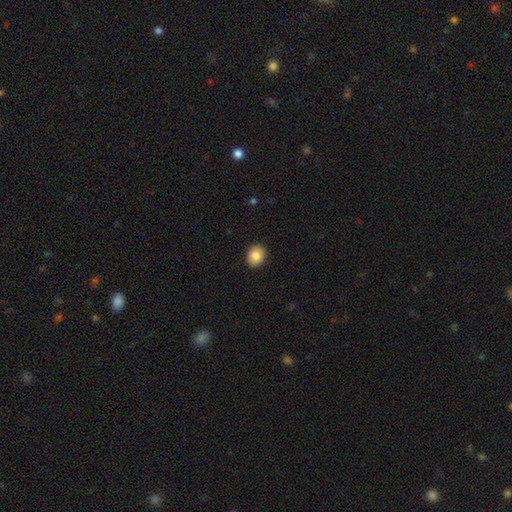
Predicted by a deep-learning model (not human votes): Morphology: type=smooth (86%); roundness=round (53%); merging=none (90%).